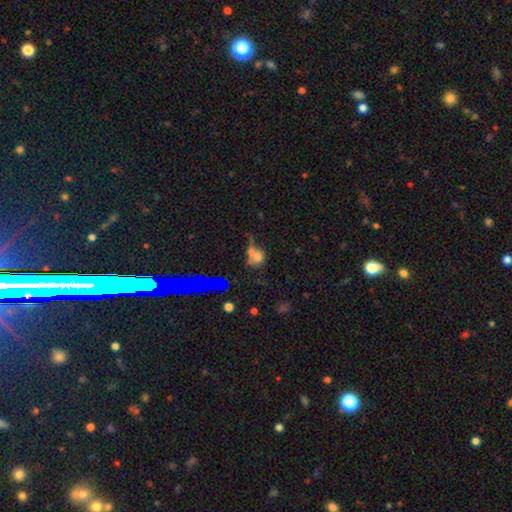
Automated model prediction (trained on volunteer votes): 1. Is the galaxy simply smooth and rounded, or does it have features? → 61% smooth, 22% star or artifact, 17% featured or disk.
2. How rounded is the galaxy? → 62% round, 34% in between, 4% cigar-shaped.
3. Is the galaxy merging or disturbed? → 34% none (tied), 34% merger (tied), 17% minor disturbance, 15% major disturbance.